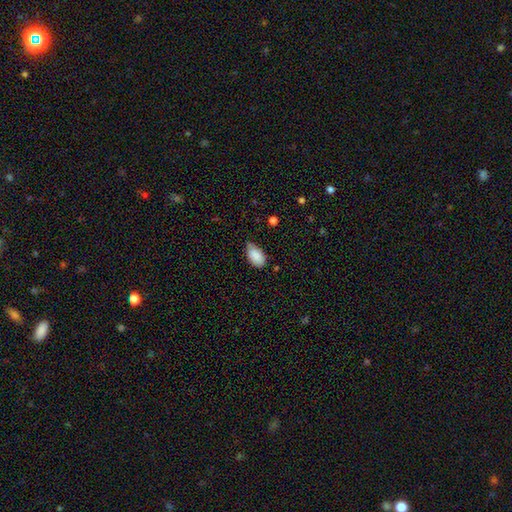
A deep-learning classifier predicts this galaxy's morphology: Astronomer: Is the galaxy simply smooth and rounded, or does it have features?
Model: smooth — 88%.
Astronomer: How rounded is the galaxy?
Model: in between — 94%.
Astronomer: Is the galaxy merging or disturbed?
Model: none — 56% (runner-up: minor disturbance, 36%).